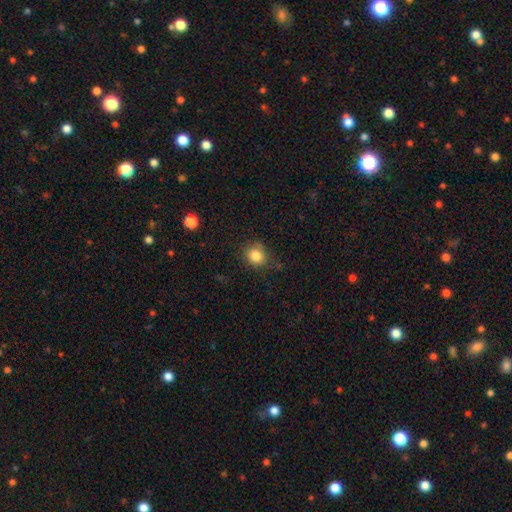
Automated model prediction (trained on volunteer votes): smooth-or-featured: smooth: 84% | star or artifact: 11% | featured or disk: 5%
  how-rounded: round: 79% | in between: 20% | cigar-shaped: 1%
  merging: none: 75% | minor disturbance: 18% | major disturbance: 5% | merger: 2%